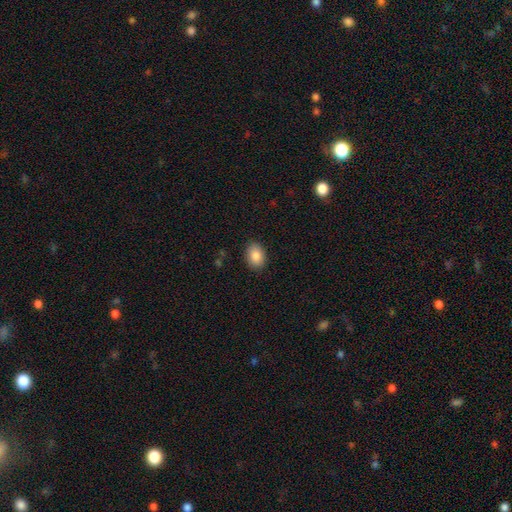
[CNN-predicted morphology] Smooth or featured? Predicted: smooth (p=0.87). How rounded? Predicted: in between (p=0.78). Merging? Predicted: none (p=0.88).